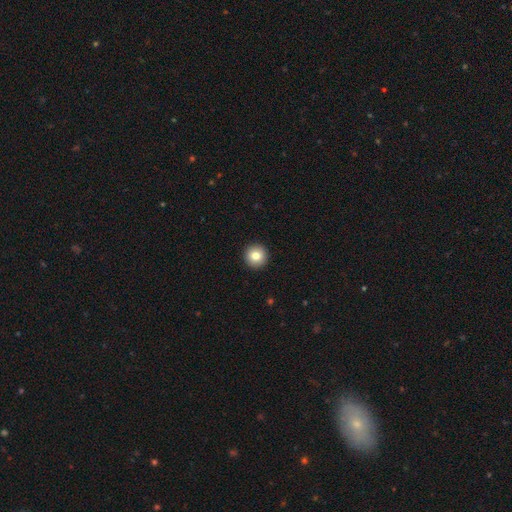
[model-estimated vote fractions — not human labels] This is clearly a smooth galaxy (82%). How rounded: clearly round (96%). Merging: clearly none (94%).